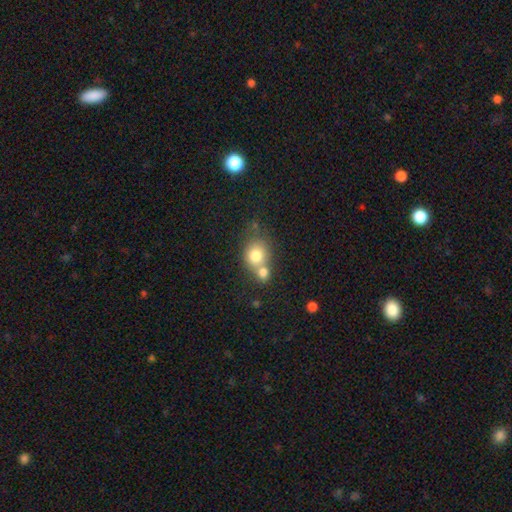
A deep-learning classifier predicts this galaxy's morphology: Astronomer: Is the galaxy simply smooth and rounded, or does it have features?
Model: smooth — 76%.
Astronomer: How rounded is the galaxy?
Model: round — 70%.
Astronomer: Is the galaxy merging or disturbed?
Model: merger — 53% (runner-up: none, 34%).